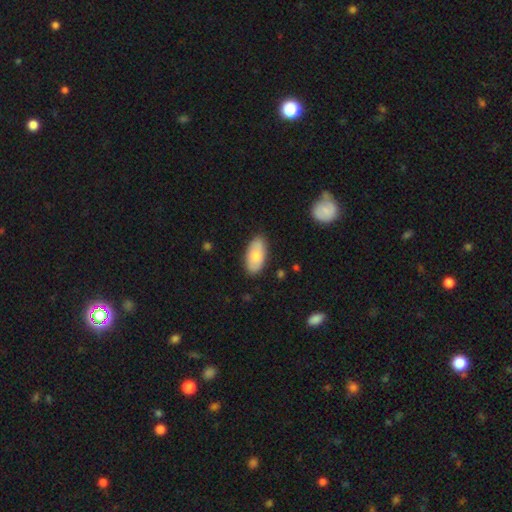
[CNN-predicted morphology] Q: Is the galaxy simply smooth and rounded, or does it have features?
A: smooth — 72%.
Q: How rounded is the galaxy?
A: in between — 93%.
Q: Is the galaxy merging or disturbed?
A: none — 83%.